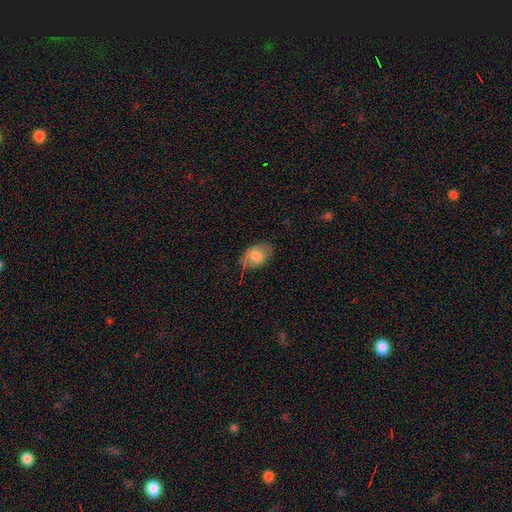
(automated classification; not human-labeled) Smooth or featured? Predicted: smooth (p=0.73). How rounded? Predicted: in between (p=0.83). Merging? Predicted: none (p=0.57).